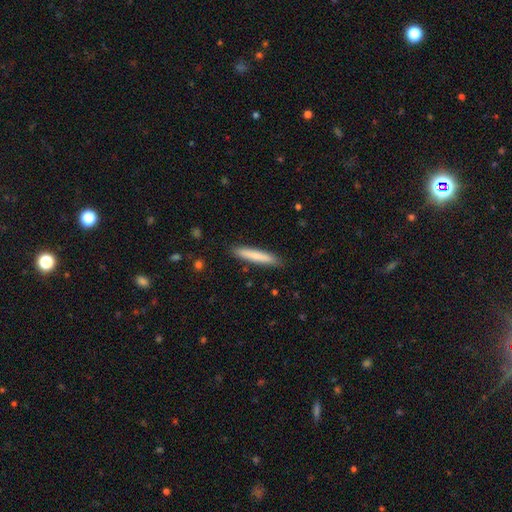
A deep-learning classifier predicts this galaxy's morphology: smooth-or-featured: smooth: 78% | featured or disk: 16% | star or artifact: 5%
  how-rounded: cigar-shaped: 93% | in between: 6% | round: 1%
  merging: none: 89% | minor disturbance: 8% | major disturbance: 2% | merger: 1%